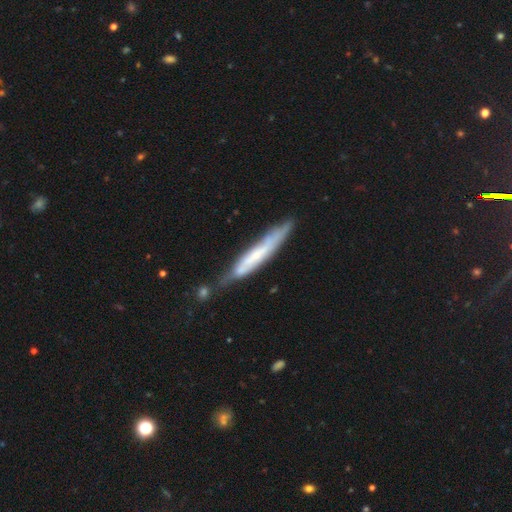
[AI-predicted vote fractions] Morphology: type=featured or disk (57%); edge-on=yes (70%); merging=none (56%).